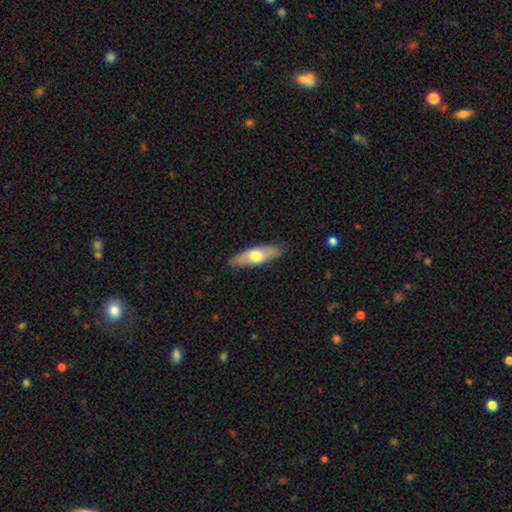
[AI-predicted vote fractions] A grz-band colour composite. It shows a smooth galaxy with no disk features (56%) that is in between round and cigar-shaped (57%). Merging: none (84%).